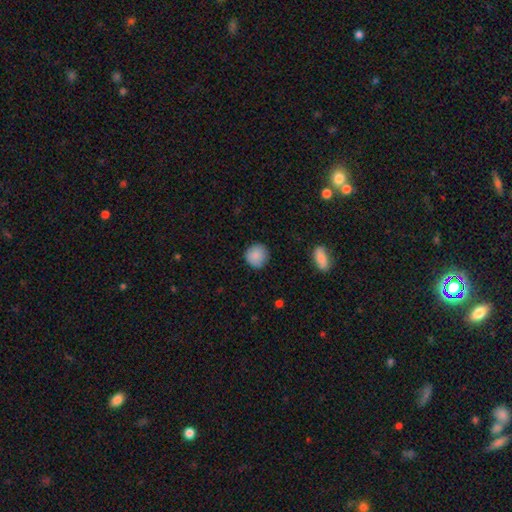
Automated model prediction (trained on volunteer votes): Smooth or featured?
  - smooth: 88% *
  - star or artifact: 7%
  - featured or disk: 5%
How rounded?
  - round: 90% *
  - in between: 9%
  - cigar-shaped: 1%
Merging?
  - none: 85% *
  - minor disturbance: 11%
  - major disturbance: 2%
  - merger: 1%